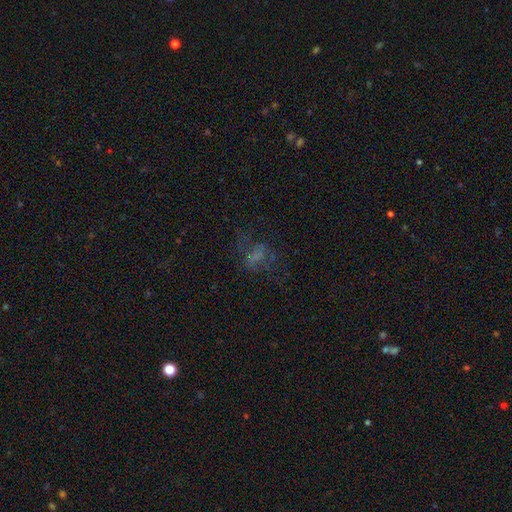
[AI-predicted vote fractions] Q: Smooth or featured?
A: smooth (42%); runner-up: featured or disk (32%)
Q: Merging?
A: none (46%); runner-up: major disturbance (33%)